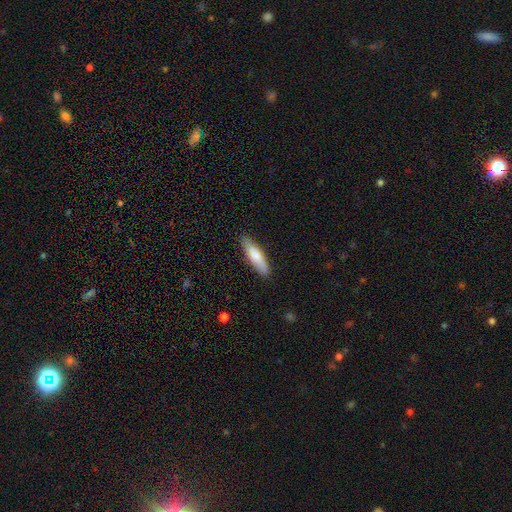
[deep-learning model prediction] smooth_or_featured: smooth (p=0.77) [alt: featured or disk p=0.18]
how_rounded: cigar-shaped (p=0.65) [alt: in between p=0.34]
merging: none (p=0.86) [alt: minor disturbance p=0.11]